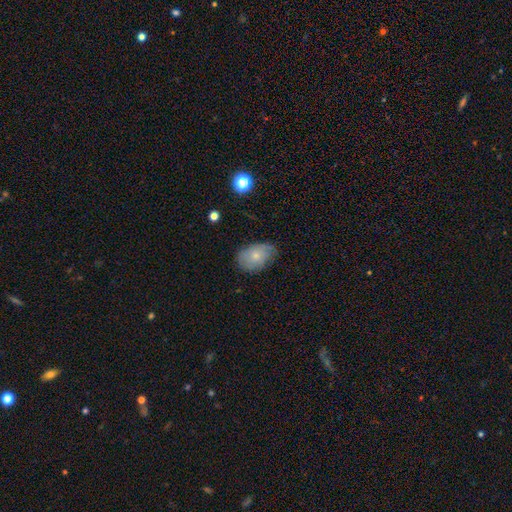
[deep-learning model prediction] Smooth or featured: smooth — 67% (featured or disk — 25%)
How rounded: in between — 82% (round — 17%)
Merging: none — 60% (minor disturbance — 31%)